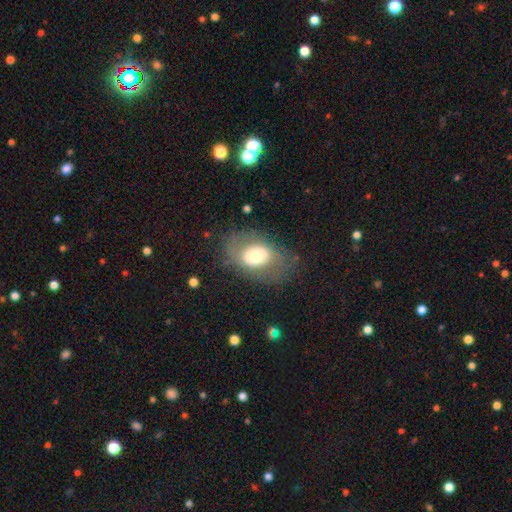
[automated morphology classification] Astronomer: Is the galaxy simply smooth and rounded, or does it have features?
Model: smooth — 53% (runner-up: featured or disk, 38%).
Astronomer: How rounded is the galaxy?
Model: in between — 73%.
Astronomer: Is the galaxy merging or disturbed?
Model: none — 64%.